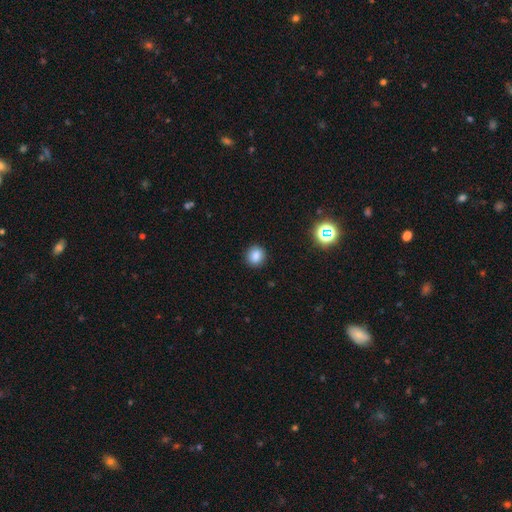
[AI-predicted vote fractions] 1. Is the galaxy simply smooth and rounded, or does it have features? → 83% smooth, 12% star or artifact, 4% featured or disk.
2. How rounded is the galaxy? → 84% round, 15% in between, 1% cigar-shaped.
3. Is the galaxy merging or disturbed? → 90% none, 6% minor disturbance, 2% major disturbance, 1% merger.